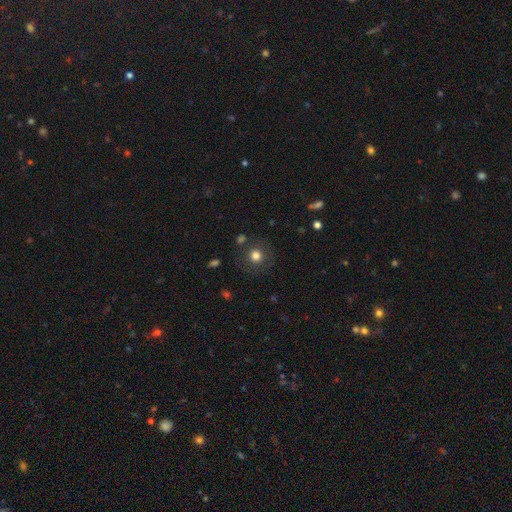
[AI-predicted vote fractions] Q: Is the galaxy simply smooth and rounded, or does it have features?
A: smooth — 75%.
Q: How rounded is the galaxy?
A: round — 92%.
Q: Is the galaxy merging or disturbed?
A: none — 83%.